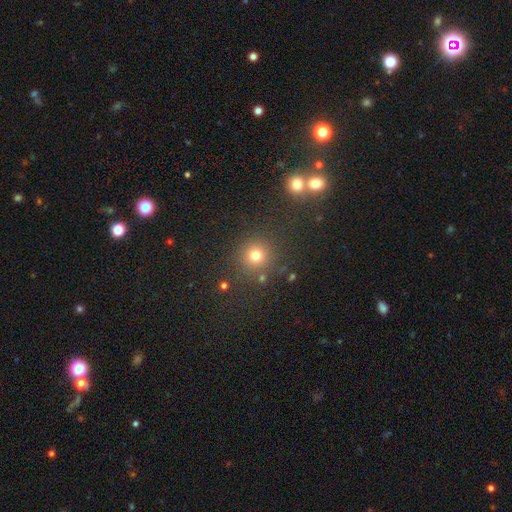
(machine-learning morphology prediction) A smooth galaxy with no disk features (75%) that is round (93%).

Vote fractions:
- Smooth or featured? smooth: 75% / star or artifact: 19% / featured or disk: 6%
- How rounded? round: 93% / in between: 6% / cigar-shaped: 1%
- Merging? none: 83% / minor disturbance: 8% / merger: 5% / major disturbance: 4%